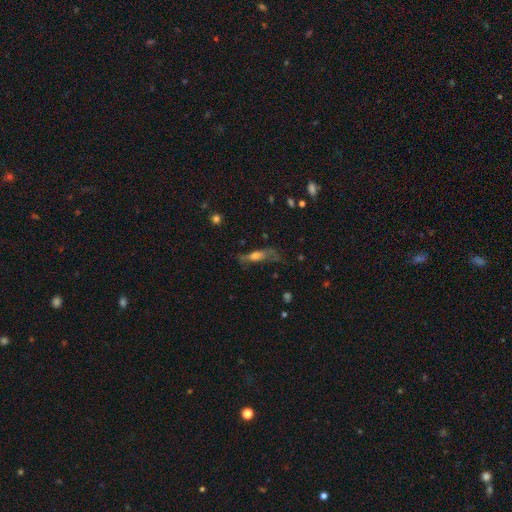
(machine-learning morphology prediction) Smooth or featured: smooth — 48% (featured or disk — 43%)
Merging: none — 44% (minor disturbance — 27%)